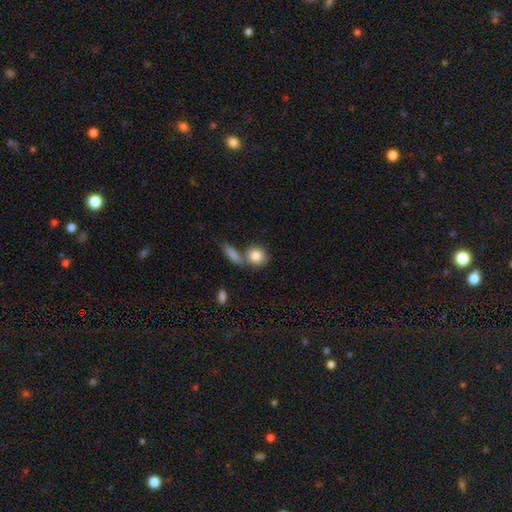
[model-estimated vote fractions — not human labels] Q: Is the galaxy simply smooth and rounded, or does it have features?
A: smooth — 84%.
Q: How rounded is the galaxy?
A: round — 69%.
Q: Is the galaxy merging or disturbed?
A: none — 50%.